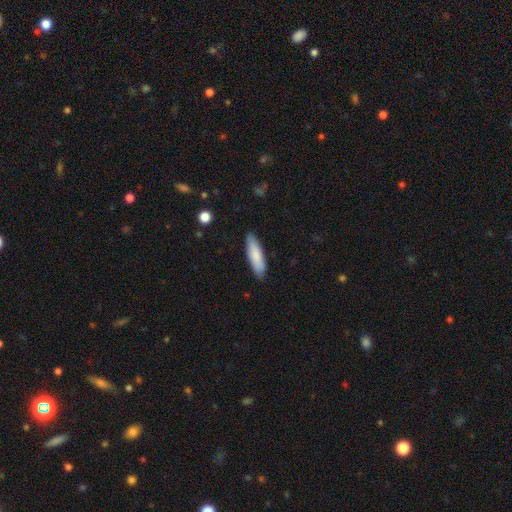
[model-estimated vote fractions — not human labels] smooth_or_featured: smooth (p=0.83) [alt: featured or disk p=0.12]
how_rounded: cigar-shaped (p=0.59) [alt: in between p=0.39]
merging: none (p=0.86) [alt: minor disturbance p=0.12]